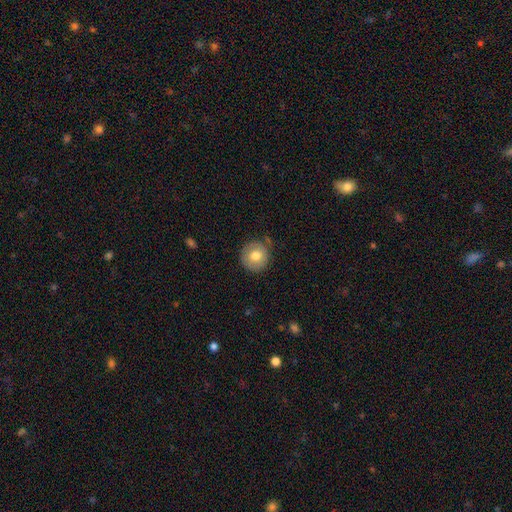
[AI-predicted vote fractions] smooth_or_featured: smooth (p=0.75) [alt: featured or disk p=0.17]
how_rounded: round (p=0.94) [alt: in between p=0.05]
merging: none (p=0.83) [alt: minor disturbance p=0.12]